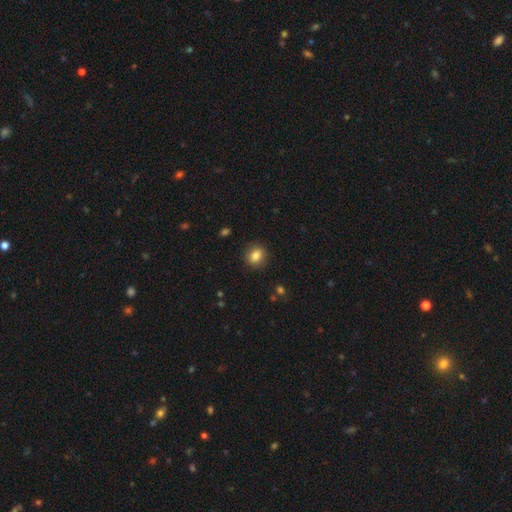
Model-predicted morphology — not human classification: smooth 84%, star or artifact 10%, featured or disk 6%. Down the decision tree: how rounded — round (61%); merging — none (88%).